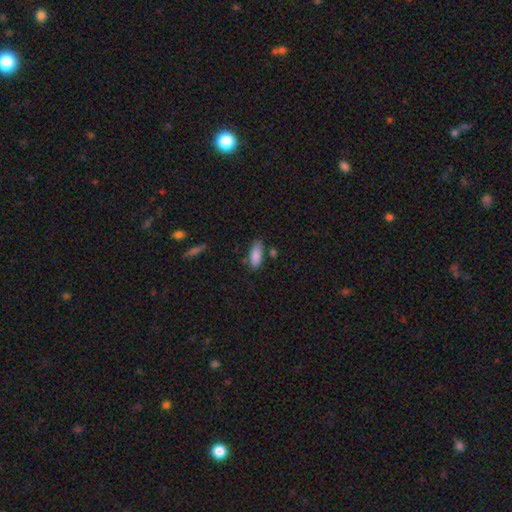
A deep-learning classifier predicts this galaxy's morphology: This is clearly a smooth galaxy (87%). How rounded: likely in between (79%). Merging: likely none (71%).